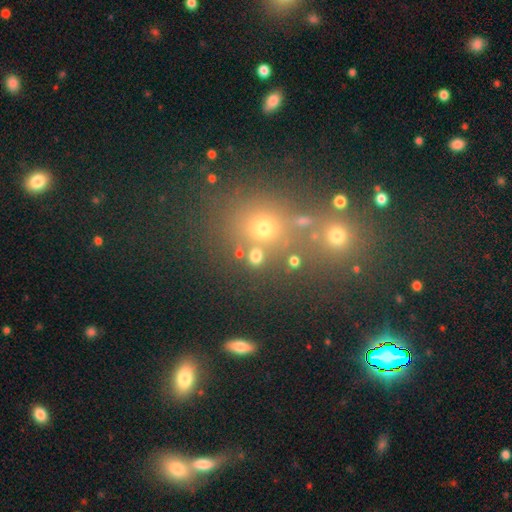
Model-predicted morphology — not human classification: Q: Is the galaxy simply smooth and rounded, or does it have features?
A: smooth — 66%.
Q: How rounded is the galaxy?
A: round — 79%.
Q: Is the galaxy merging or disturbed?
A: none — 69%.